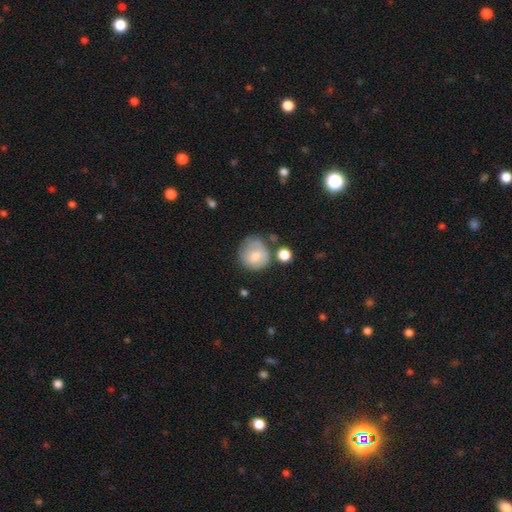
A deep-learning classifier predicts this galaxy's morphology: Overall: smooth (73%). How rounded: round (83%). Merging: none (50%; minor disturbance 27%).